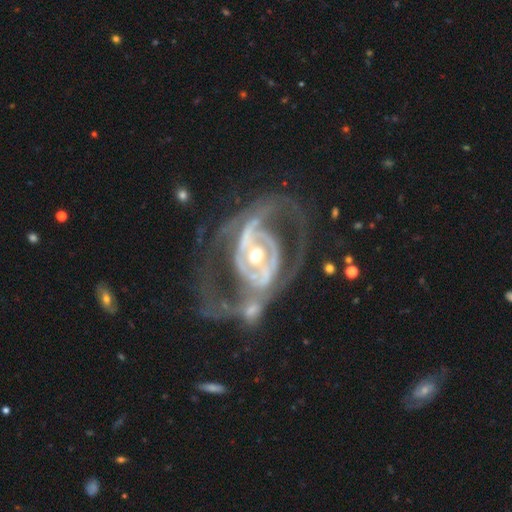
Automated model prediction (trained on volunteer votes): Smooth or featured? featured or disk (88%)
Edge-on disk? no (96%)
Bar? strong (41%)
Spiral arms? yes (77%)
Spiral winding? medium (43%)
Spiral arm count? 2 (68%)
Bulge size? moderate (64%)
Merging? none (37%)